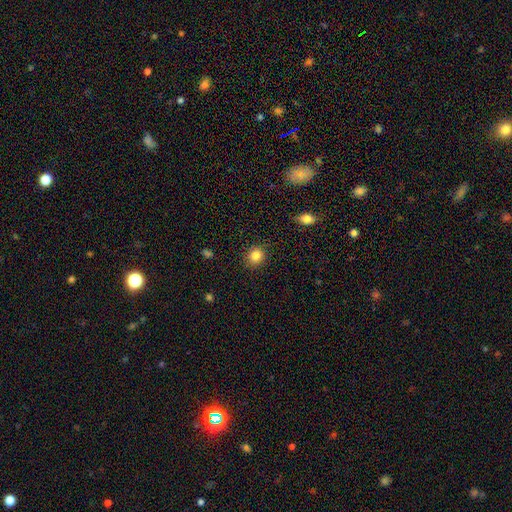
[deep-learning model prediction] Smooth or featured: smooth — 85% (star or artifact — 10%)
How rounded: round — 79% (in between — 21%)
Merging: none — 89% (minor disturbance — 8%)